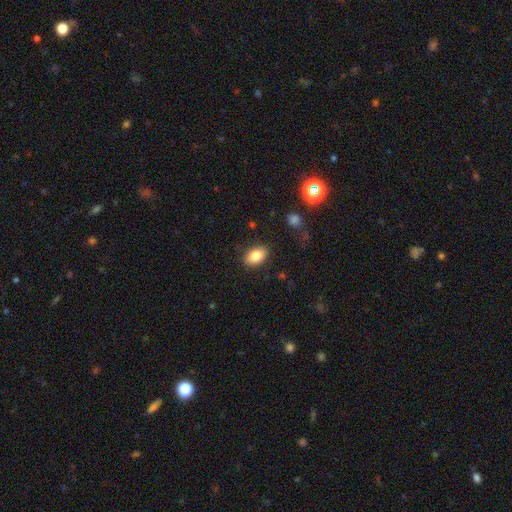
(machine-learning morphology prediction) Q: Smooth or featured?
A: smooth (83%); runner-up: featured or disk (9%)
Q: How rounded?
A: in between (88%); runner-up: round (10%)
Q: Merging?
A: none (87%); runner-up: minor disturbance (9%)